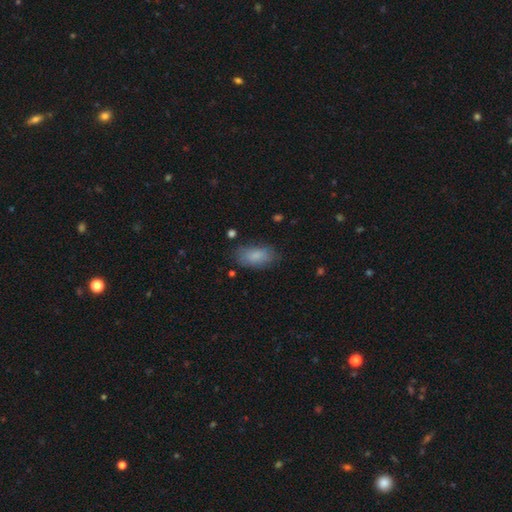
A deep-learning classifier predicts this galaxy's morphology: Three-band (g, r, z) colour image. It shows a smooth galaxy with no disk features (84%) that is in between round and cigar-shaped (92%). Merging: none (73%).